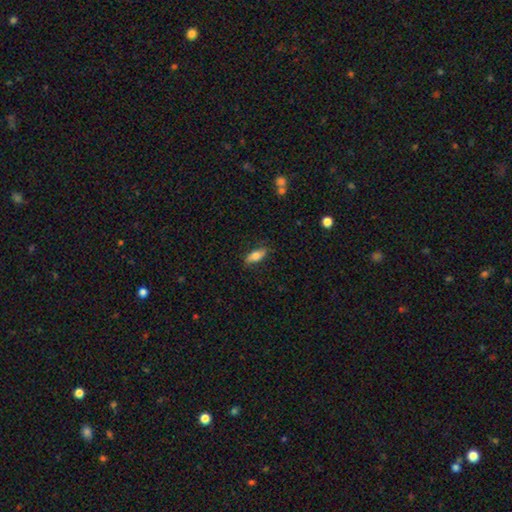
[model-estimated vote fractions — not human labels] Smooth or featured: smooth — 73% (featured or disk — 20%)
How rounded: in between — 76% (cigar-shaped — 21%)
Merging: none — 81% (minor disturbance — 15%)